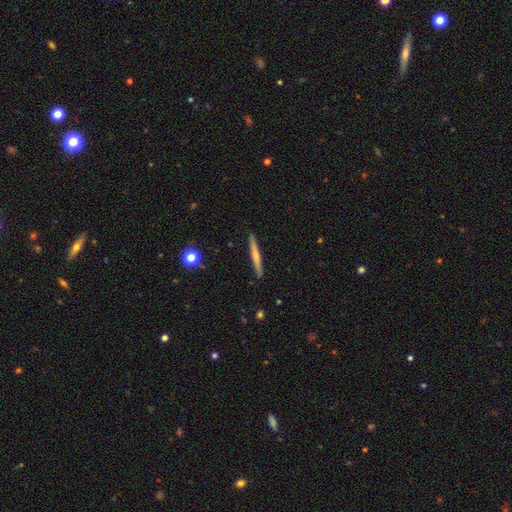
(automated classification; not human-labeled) The model was most divided on "smooth or featured": smooth: 50%, featured or disk: 44%, star or artifact: 6%. More confident: merging — none (91%).